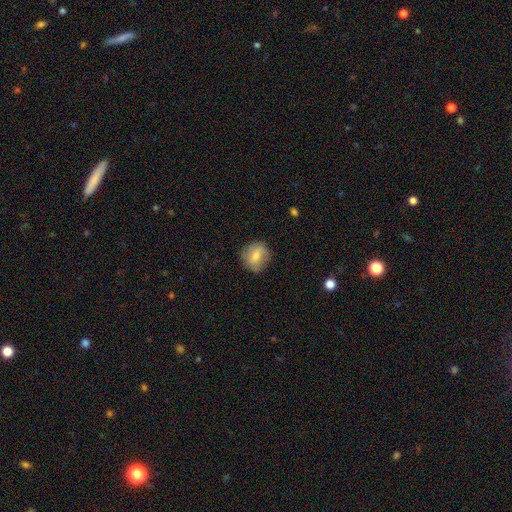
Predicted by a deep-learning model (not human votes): smooth_or_featured: smooth (p=0.69) [alt: featured or disk p=0.23]
how_rounded: round (p=0.87) [alt: in between p=0.12]
merging: none (p=0.83) [alt: minor disturbance p=0.12]